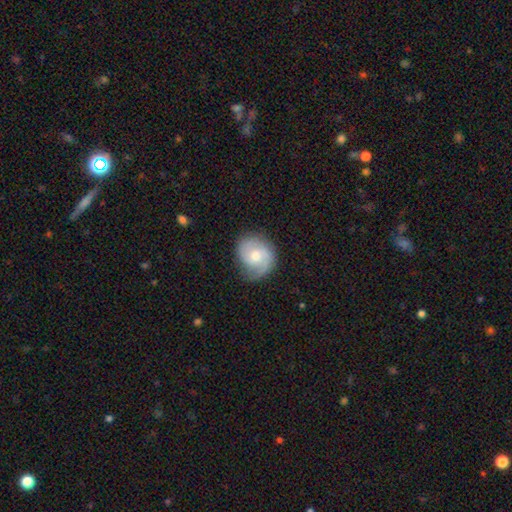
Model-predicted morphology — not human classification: Smooth or featured: featured or disk — 66% (smooth — 28%)
Edge-on disk: no — 97% (yes — 3%)
Bar: no — 63% (weak — 32%)
Spiral arms: yes — 92% (no — 8%)
Spiral winding: medium — 45% (tight — 37%)
Spiral arm count: 2 — 67% (can't tell — 13%)
Bulge size: moderate — 62% (small — 32%)
Merging: none — 73% (minor disturbance — 19%)